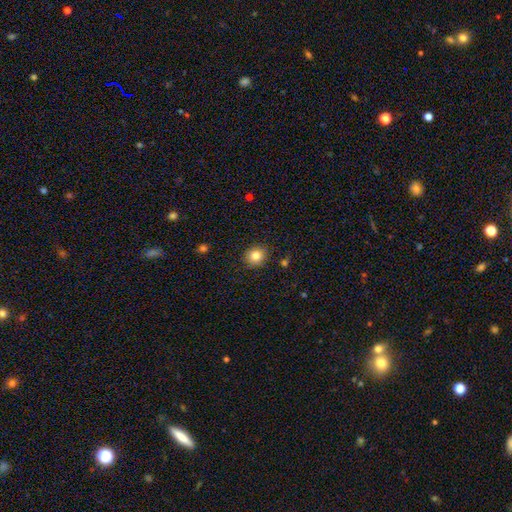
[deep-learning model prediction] A smooth galaxy with no disk features (84%) that is round (82%).

Vote fractions:
- Smooth or featured? smooth: 84% / star or artifact: 10% / featured or disk: 6%
- How rounded? round: 82% / in between: 17% / cigar-shaped: 1%
- Merging? none: 87% / minor disturbance: 9% / major disturbance: 2% / merger: 1%